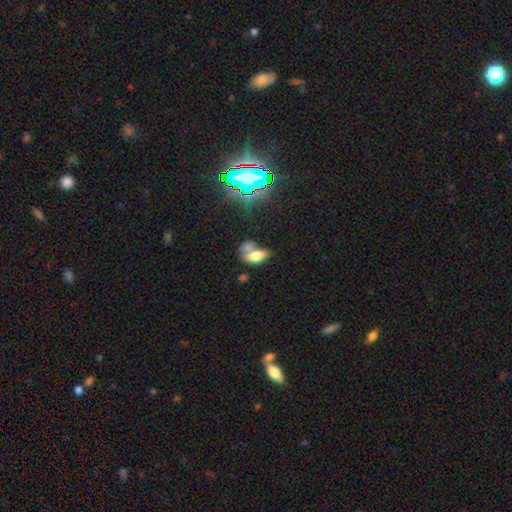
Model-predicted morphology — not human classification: smooth-or-featured: smooth: 67% | featured or disk: 18% | star or artifact: 14%
  how-rounded: in between: 86% | round: 9% | cigar-shaped: 5%
  merging: merger: 49% | none: 26% | minor disturbance: 15% | major disturbance: 11%